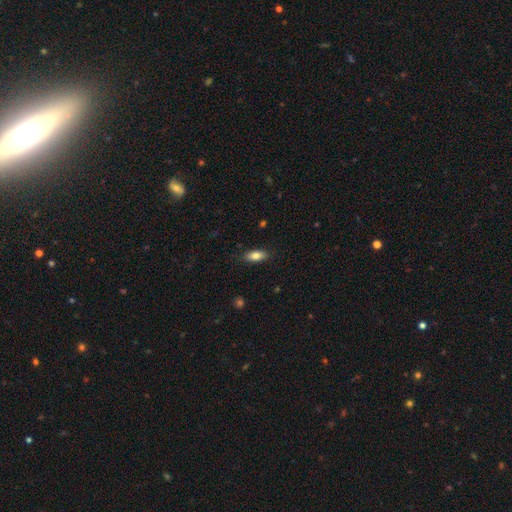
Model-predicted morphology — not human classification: Smooth or featured: smooth — 80% (featured or disk — 13%)
How rounded: in between — 83% (cigar-shaped — 14%)
Merging: none — 87% (minor disturbance — 10%)